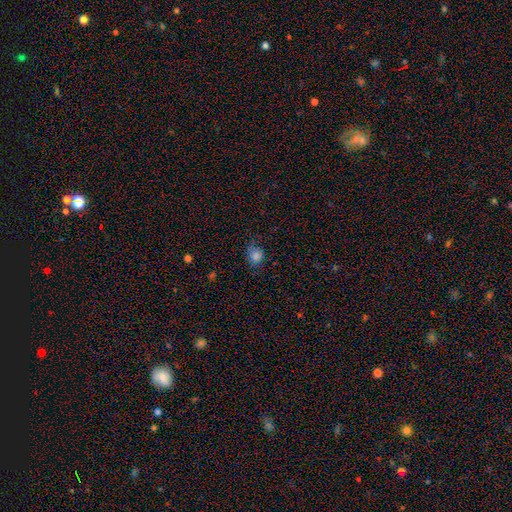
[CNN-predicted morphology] smooth-or-featured: smooth: 82% | star or artifact: 14% | featured or disk: 4%
  how-rounded: round: 79% | in between: 20% | cigar-shaped: 1%
  merging: none: 72% | minor disturbance: 21% | major disturbance: 5% | merger: 2%